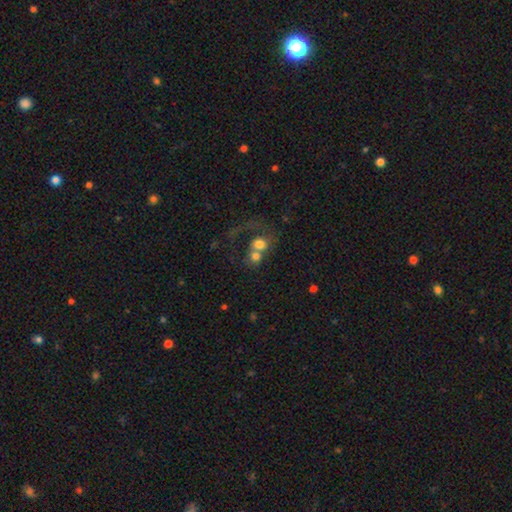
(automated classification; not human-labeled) smooth-or-featured: smooth: 62% | featured or disk: 27% | star or artifact: 11%
  how-rounded: round: 68% | in between: 31% | cigar-shaped: 1%
  merging: merger: 72% | none: 13% | major disturbance: 10% | minor disturbance: 5%